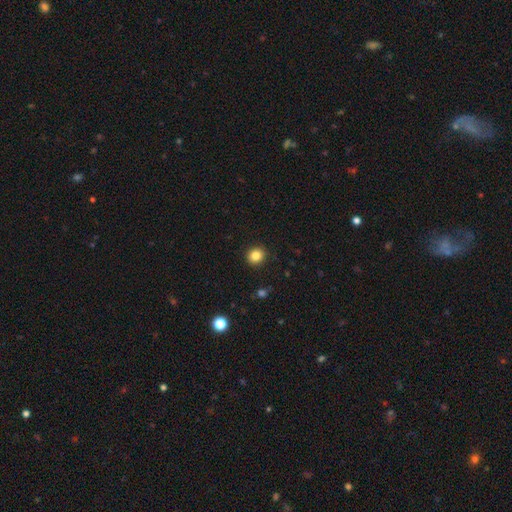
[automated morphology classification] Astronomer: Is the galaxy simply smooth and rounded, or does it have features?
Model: smooth — 84%.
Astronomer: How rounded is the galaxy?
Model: round — 85%.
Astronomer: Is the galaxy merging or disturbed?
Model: none — 92%.